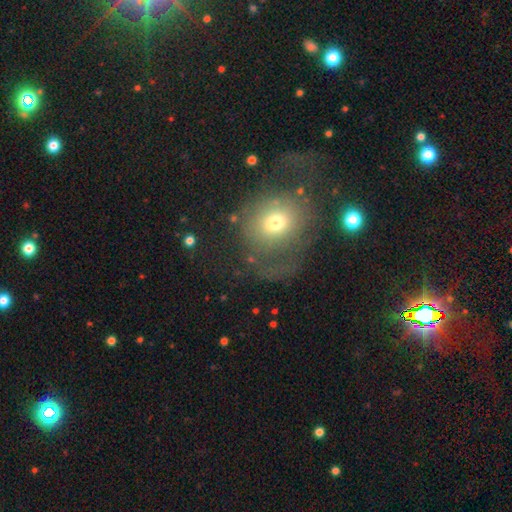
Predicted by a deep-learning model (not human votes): smooth-or-featured: smooth: 45% | featured or disk: 36% | star or artifact: 19%
  merging: none: 48% | major disturbance: 31% | minor disturbance: 18% | merger: 4%